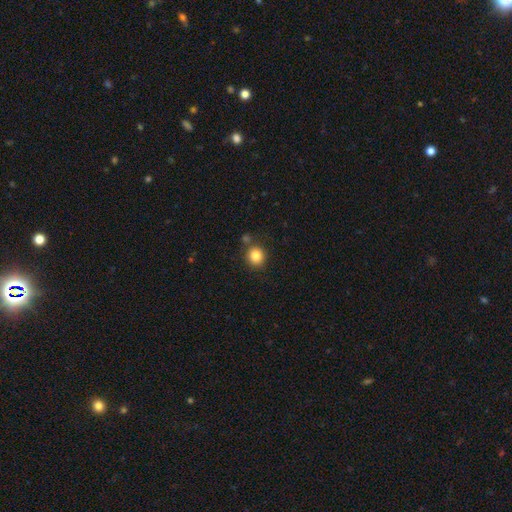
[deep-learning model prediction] Q: Smooth or featured?
A: smooth (84%); runner-up: star or artifact (11%)
Q: How rounded?
A: round (88%); runner-up: in between (11%)
Q: Merging?
A: none (79%); runner-up: merger (9%)